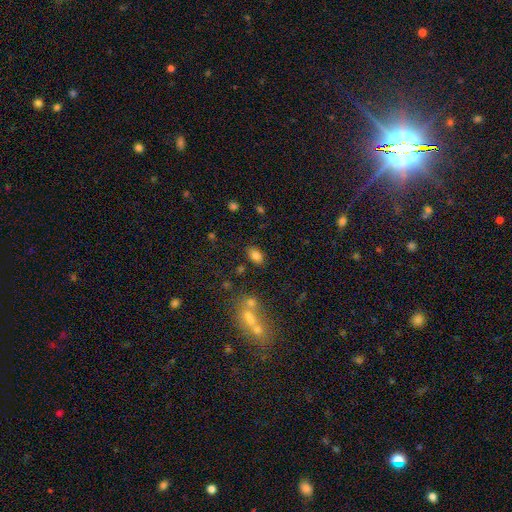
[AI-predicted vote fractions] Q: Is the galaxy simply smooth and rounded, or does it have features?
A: smooth — 81%.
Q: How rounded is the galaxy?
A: in between — 89%.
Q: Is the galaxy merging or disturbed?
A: none — 79%.